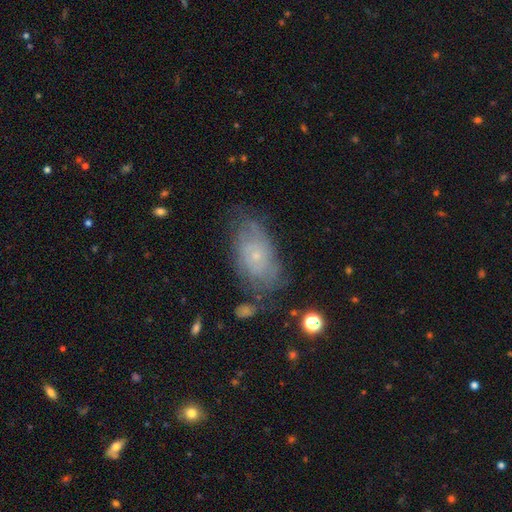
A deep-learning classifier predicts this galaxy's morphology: A featured or disk galaxy (56%) with no bar (84%), spiral arms (71%) and a small central bulge (82%).

Vote fractions:
- Smooth or featured? featured or disk: 56% / smooth: 35% / star or artifact: 10%
- Edge-on disk? no: 94% / yes: 6%
- Bar? no: 84% / weak: 14% / strong: 2%
- Spiral arms? yes: 71% / no: 29%
- Bulge size? small: 82% / moderate: 13% / none: 3% / large: 1% / dominant: 1%
- Merging? none: 59% / minor disturbance: 25% / major disturbance: 12% / merger: 4%